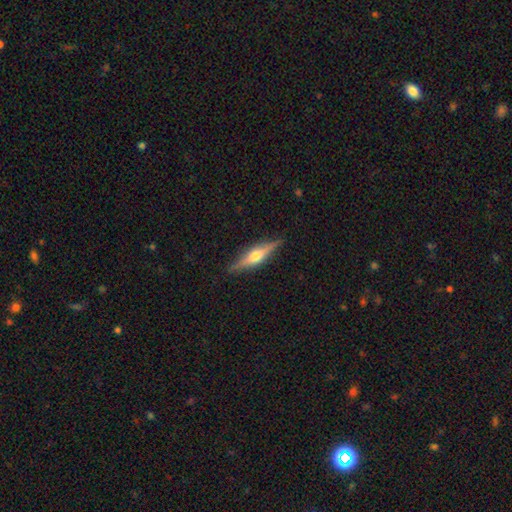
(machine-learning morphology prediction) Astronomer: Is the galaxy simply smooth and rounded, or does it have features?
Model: featured or disk — 71%.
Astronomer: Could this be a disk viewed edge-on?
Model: yes — 97%.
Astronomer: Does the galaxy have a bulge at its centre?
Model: rounded — 92%.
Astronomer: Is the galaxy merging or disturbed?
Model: none — 89%.